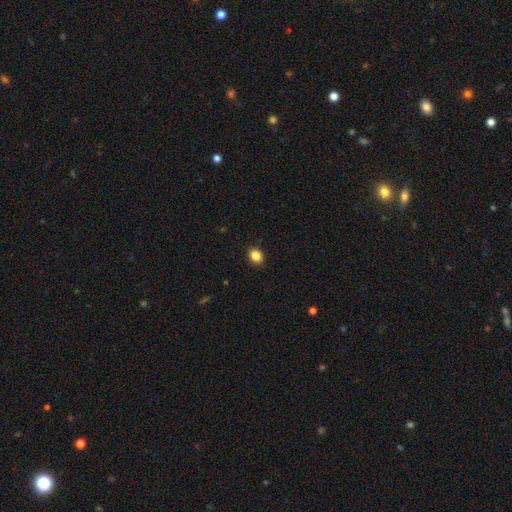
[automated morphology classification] Overall: smooth (86%). How rounded: in between (52%; round 47%). Merging: none (89%).